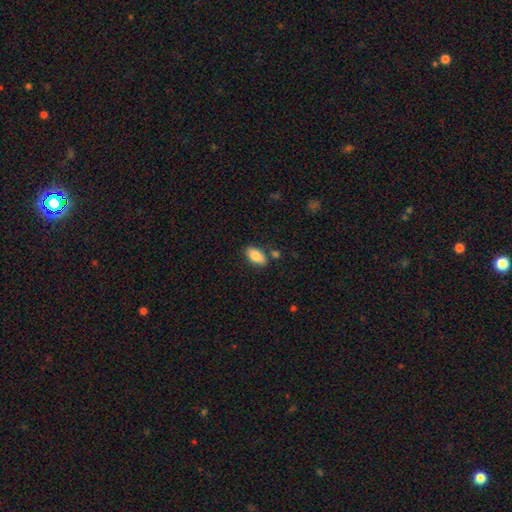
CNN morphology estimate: Smooth or featured: smooth — 84% (featured or disk — 9%)
How rounded: in between — 91% (cigar-shaped — 5%)
Merging: none — 78% (minor disturbance — 12%)